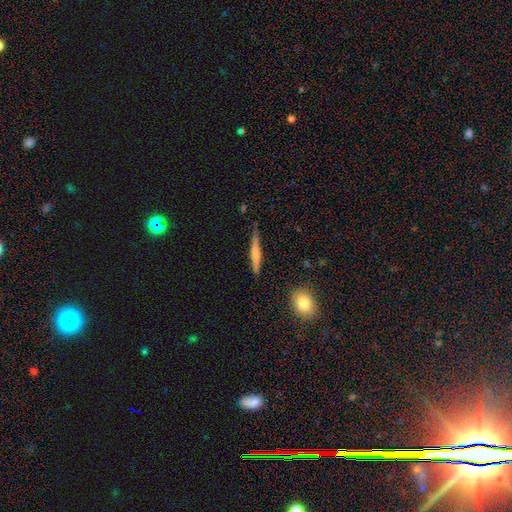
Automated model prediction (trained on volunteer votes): smooth_or_featured: smooth (p=0.57) [alt: featured or disk p=0.36]
how_rounded: cigar-shaped (p=0.91) [alt: in between p=0.07]
merging: none (p=0.75) [alt: minor disturbance p=0.19]